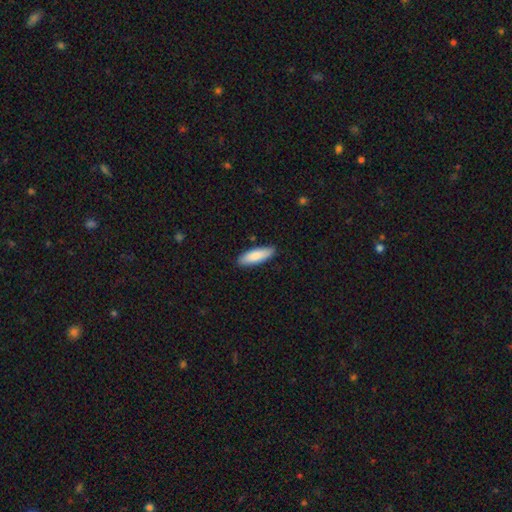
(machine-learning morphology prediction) Smooth or featured? smooth (86%)
How rounded? in between (56%)
Merging? none (87%)